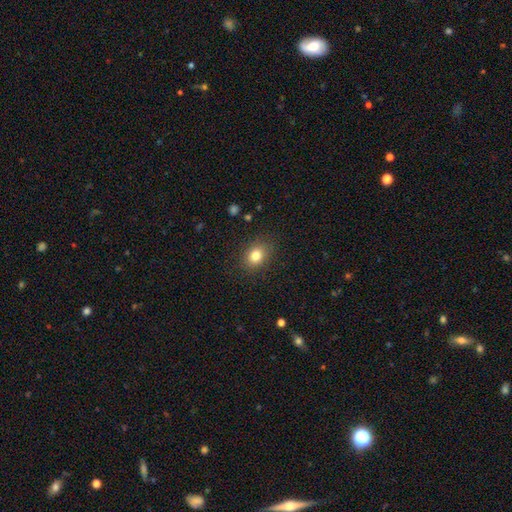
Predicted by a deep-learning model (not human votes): smooth 81%, star or artifact 11%, featured or disk 8%. Down the decision tree: how rounded — in between (55%); merging — none (86%).